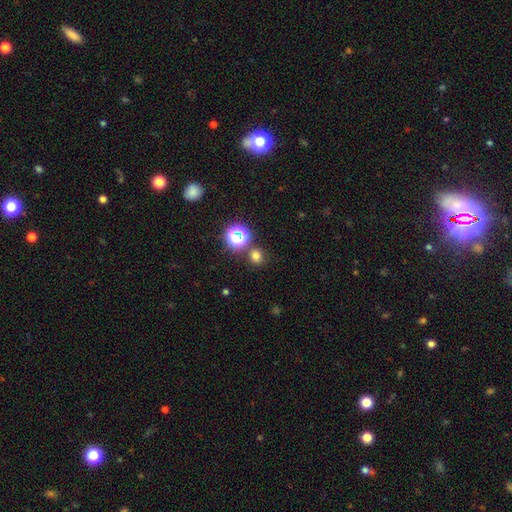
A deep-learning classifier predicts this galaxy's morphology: Q: Smooth or featured?
A: smooth (69%); runner-up: star or artifact (25%)
Q: How rounded?
A: round (85%); runner-up: in between (14%)
Q: Merging?
A: none (77%); runner-up: merger (11%)